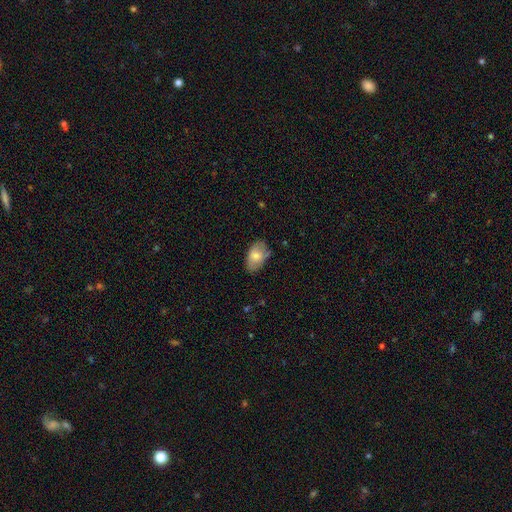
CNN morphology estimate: smooth_or_featured: smooth (p=0.74) [alt: featured or disk p=0.20]
how_rounded: in between (p=0.91) [alt: round p=0.08]
merging: none (p=0.72) [alt: minor disturbance p=0.22]